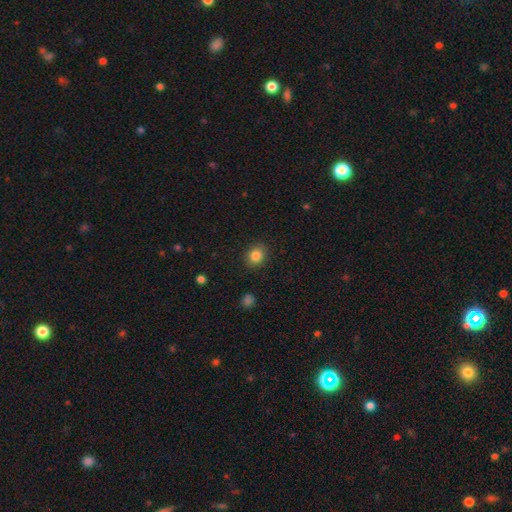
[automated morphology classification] Smooth or featured?
  - smooth: 84% *
  - star or artifact: 10%
  - featured or disk: 6%
How rounded?
  - round: 67% *
  - in between: 32%
  - cigar-shaped: 1%
Merging?
  - none: 88% *
  - minor disturbance: 8%
  - major disturbance: 2%
  - merger: 1%